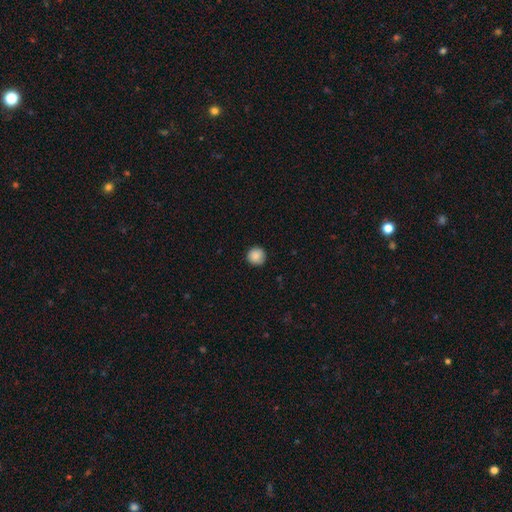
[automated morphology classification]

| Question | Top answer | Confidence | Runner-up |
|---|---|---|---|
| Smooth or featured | smooth | 88% | star or artifact (8%) |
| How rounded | round | 95% | in between (4%) |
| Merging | none | 91% | minor disturbance (7%) |